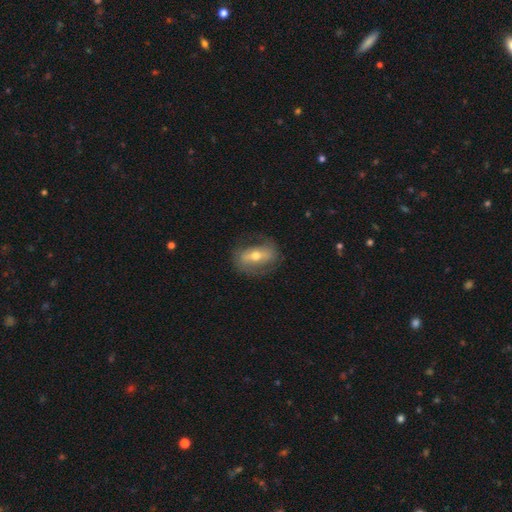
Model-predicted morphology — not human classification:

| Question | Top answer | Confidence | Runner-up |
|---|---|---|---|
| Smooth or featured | featured or disk | 63% | smooth (29%) |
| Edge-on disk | no | 88% | yes (12%) |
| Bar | strong | 48% | weak (30%) |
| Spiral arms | yes | 62% | no (38%) |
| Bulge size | moderate | 69% | small (23%) |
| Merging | none | 73% | minor disturbance (17%) |